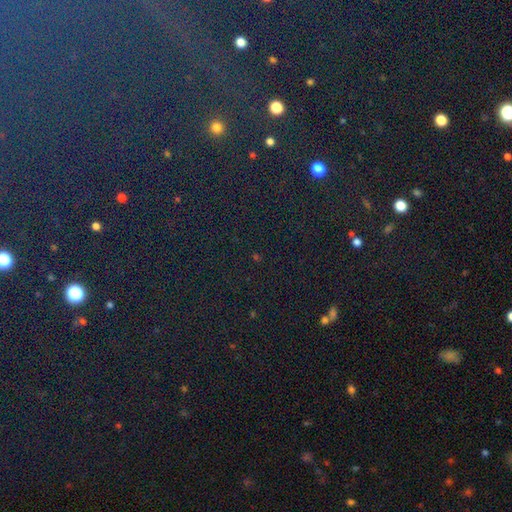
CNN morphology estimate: The model was most divided on "smooth or featured": star or artifact: 83%, smooth: 9%, featured or disk: 7%.